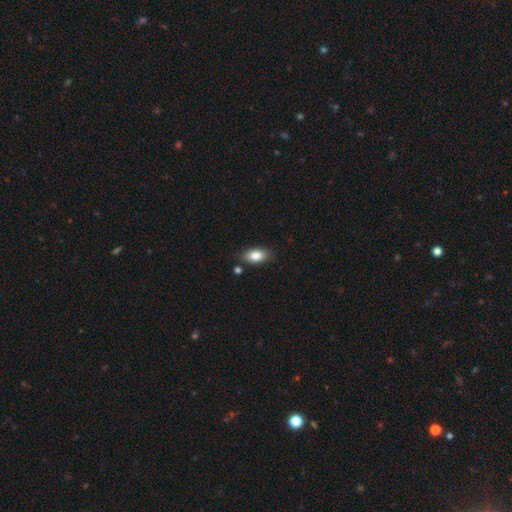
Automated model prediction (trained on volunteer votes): smooth-or-featured: smooth: 84% | featured or disk: 9% | star or artifact: 7%
  how-rounded: in between: 91% | round: 5% | cigar-shaped: 4%
  merging: none: 82% | minor disturbance: 12% | merger: 4% | major disturbance: 3%